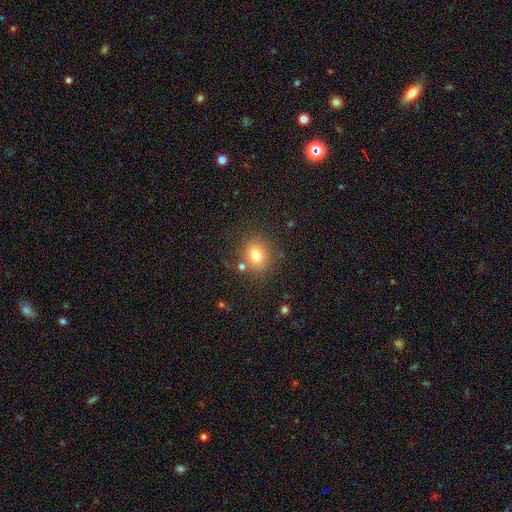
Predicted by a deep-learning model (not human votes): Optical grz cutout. It shows a smooth galaxy with no disk features (76%) that is round (77%). Merging: none (80%).